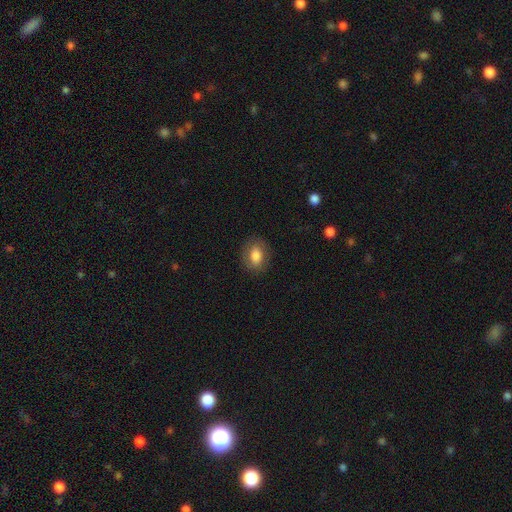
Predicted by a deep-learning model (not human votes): Morphology: type=smooth (80%); roundness=in between (70%); merging=none (84%).